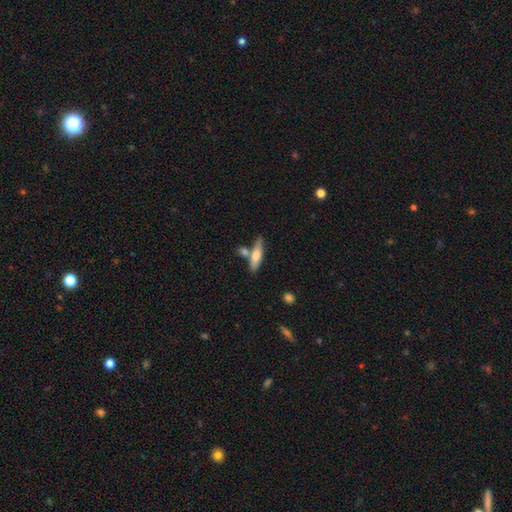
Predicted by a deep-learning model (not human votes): Q: Smooth or featured?
A: smooth (67%); runner-up: featured or disk (27%)
Q: How rounded?
A: cigar-shaped (68%); runner-up: in between (30%)
Q: Merging?
A: none (61%); runner-up: merger (20%)